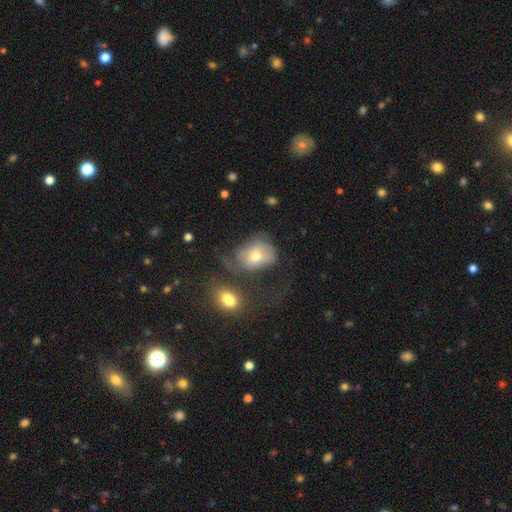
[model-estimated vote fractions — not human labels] Q: Smooth or featured?
A: smooth (60%); runner-up: featured or disk (31%)
Q: How rounded?
A: in between (56%); runner-up: round (43%)
Q: Merging?
A: major disturbance (37%); runner-up: none (26%)